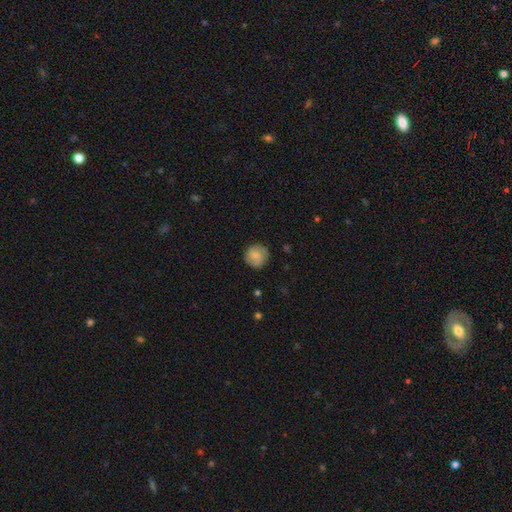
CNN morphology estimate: smooth-or-featured: smooth: 60% | featured or disk: 32% | star or artifact: 8%
  how-rounded: round: 90% | in between: 9% | cigar-shaped: 1%
  merging: none: 83% | minor disturbance: 12% | major disturbance: 4% | merger: 1%